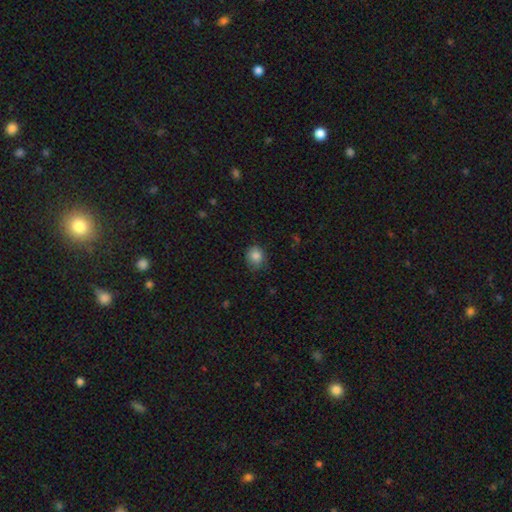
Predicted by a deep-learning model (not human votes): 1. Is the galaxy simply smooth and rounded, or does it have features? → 85% smooth, 10% star or artifact, 5% featured or disk.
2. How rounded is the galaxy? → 72% round, 27% in between, 1% cigar-shaped.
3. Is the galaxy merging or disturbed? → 74% none, 21% minor disturbance, 4% major disturbance, 1% merger.